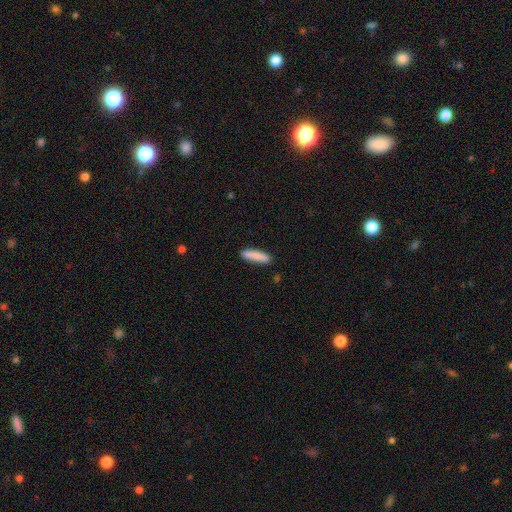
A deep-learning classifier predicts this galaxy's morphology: smooth-or-featured: smooth: 86% | featured or disk: 8% | star or artifact: 6%
  how-rounded: cigar-shaped: 81% | in between: 18% | round: 1%
  merging: none: 87% | minor disturbance: 10% | major disturbance: 2% | merger: 2%